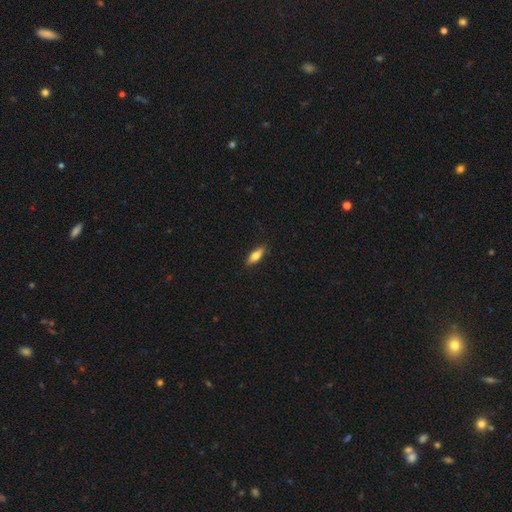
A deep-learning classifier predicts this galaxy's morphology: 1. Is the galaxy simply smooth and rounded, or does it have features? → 70% smooth, 23% featured or disk, 6% star or artifact.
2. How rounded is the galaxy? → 64% in between, 34% cigar-shaped, 3% round.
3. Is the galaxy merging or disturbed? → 86% none, 11% minor disturbance, 2% major disturbance, 1% merger.